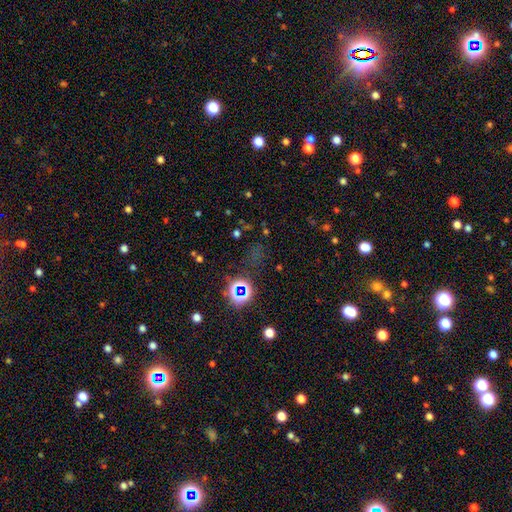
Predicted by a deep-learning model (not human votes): This is likely a star or artifact rather than a galaxy (72%).